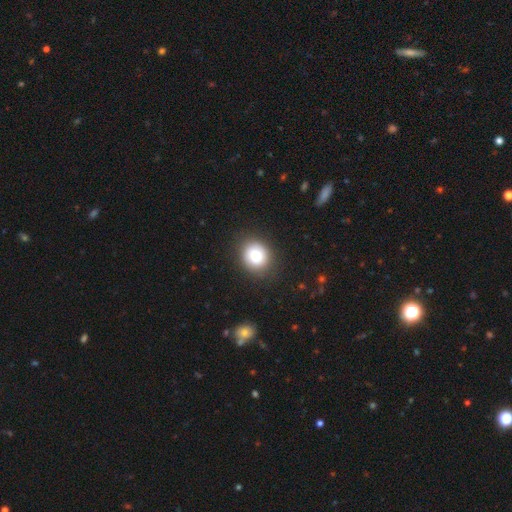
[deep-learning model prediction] Smooth or featured: smooth — 77% (featured or disk — 14%)
How rounded: round — 78% (in between — 21%)
Merging: none — 86% (minor disturbance — 10%)